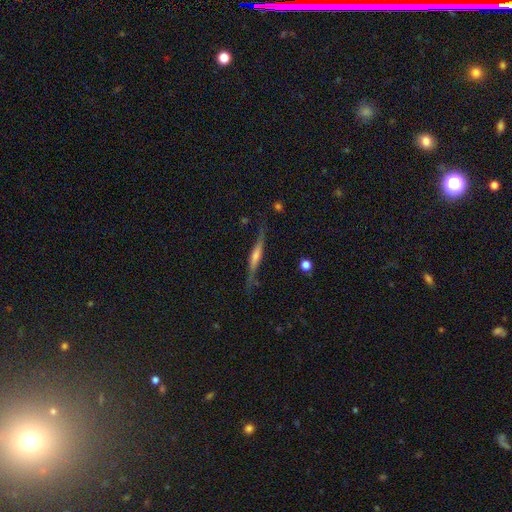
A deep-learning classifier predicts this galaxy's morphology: Smooth or featured? Predicted: featured or disk (p=0.70). Edge-on disk? Predicted: yes (p=0.92). Edge-on bulge? Predicted: rounded (p=0.54). Merging? Predicted: none (p=0.71).